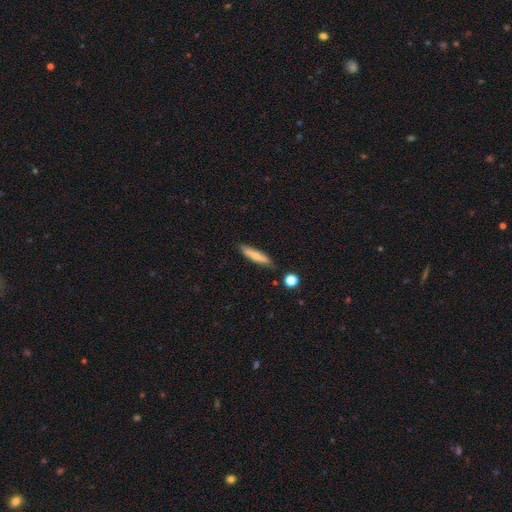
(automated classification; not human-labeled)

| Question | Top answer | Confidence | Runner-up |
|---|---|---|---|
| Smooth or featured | smooth | 65% | featured or disk (28%) |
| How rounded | cigar-shaped | 81% | in between (17%) |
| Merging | none | 79% | minor disturbance (15%) |